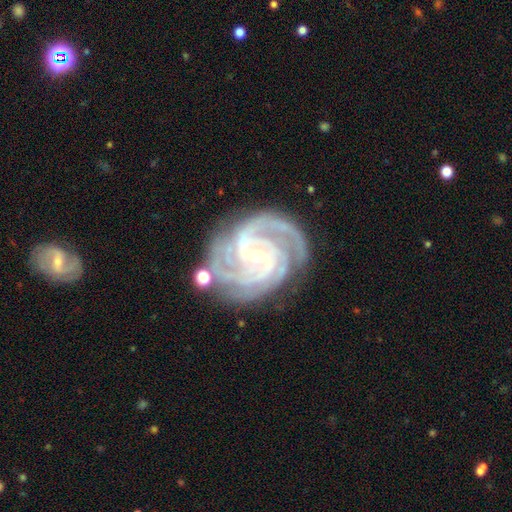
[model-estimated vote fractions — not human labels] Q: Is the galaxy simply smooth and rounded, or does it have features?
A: featured or disk — 93%.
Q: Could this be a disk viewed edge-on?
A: no — 98%.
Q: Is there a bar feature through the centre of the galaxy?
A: weak — 46%.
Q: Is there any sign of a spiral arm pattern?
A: yes — 99%.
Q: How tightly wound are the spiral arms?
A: tight — 69%.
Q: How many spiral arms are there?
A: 4 — 38%.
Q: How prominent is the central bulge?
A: small — 68%.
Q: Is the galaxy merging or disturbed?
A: none — 78%.